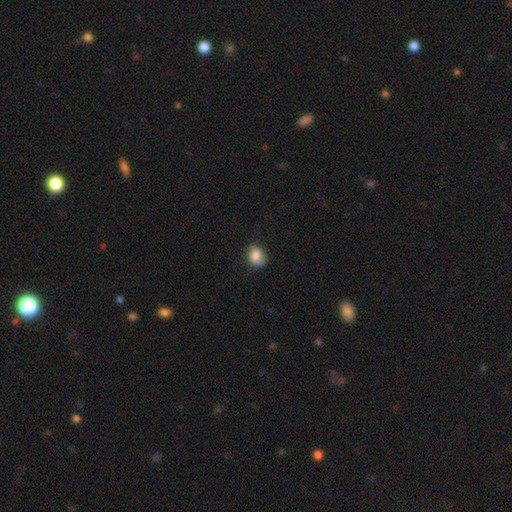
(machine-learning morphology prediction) smooth-or-featured: smooth: 84% | star or artifact: 8% | featured or disk: 8%
  how-rounded: in between: 54% | round: 45% | cigar-shaped: 1%
  merging: none: 73% | minor disturbance: 21% | major disturbance: 4% | merger: 1%